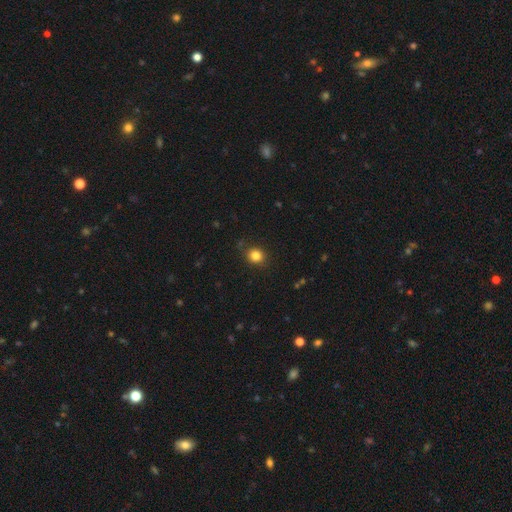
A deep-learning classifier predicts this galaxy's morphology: Q: Smooth or featured?
A: smooth (83%); runner-up: star or artifact (12%)
Q: How rounded?
A: round (84%); runner-up: in between (15%)
Q: Merging?
A: none (87%); runner-up: minor disturbance (9%)